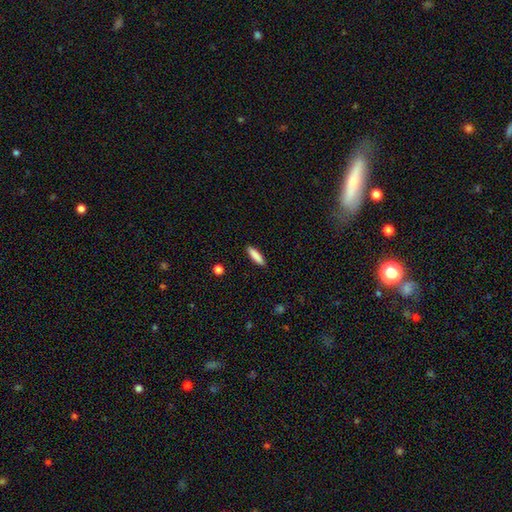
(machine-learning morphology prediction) This appears to be a smooth galaxy with no disk features (87%) that is cigar-shaped (72%). Merging: none (90%).